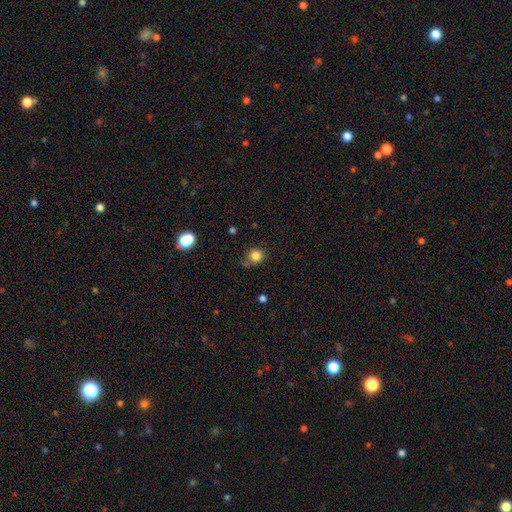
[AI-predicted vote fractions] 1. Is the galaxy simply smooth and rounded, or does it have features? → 82% smooth, 13% star or artifact, 5% featured or disk.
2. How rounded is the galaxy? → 89% round, 10% in between, 1% cigar-shaped.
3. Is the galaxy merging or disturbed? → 72% none, 17% minor disturbance, 7% merger, 5% major disturbance.